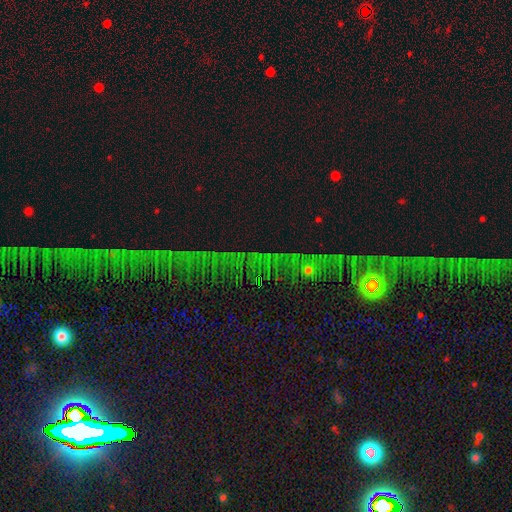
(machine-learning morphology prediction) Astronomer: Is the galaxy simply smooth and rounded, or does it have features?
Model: star or artifact — 79%.